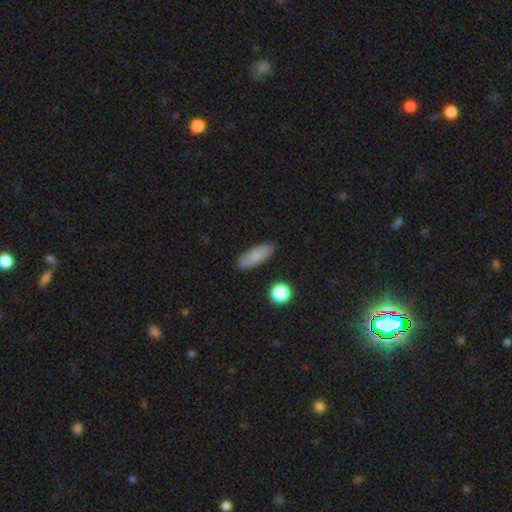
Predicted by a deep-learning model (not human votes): Smooth or featured? smooth (81%)
How rounded? in between (66%)
Merging? none (87%)